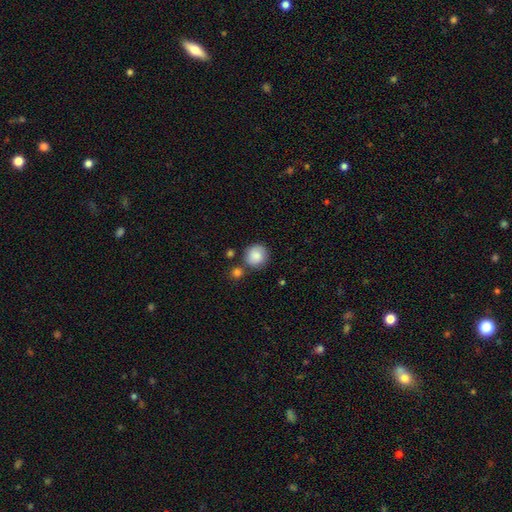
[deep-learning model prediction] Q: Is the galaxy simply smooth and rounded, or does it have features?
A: smooth — 84%.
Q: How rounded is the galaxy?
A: round — 90%.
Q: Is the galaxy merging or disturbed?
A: none — 74%.